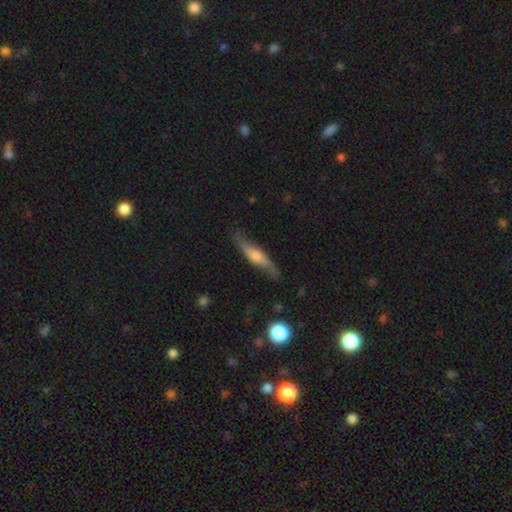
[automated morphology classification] smooth_or_featured: featured or disk (p=0.61) [alt: smooth p=0.33]
disk_edge_on: yes (p=0.67) [alt: no p=0.33]
merging: none (p=0.74) [alt: minor disturbance p=0.19]